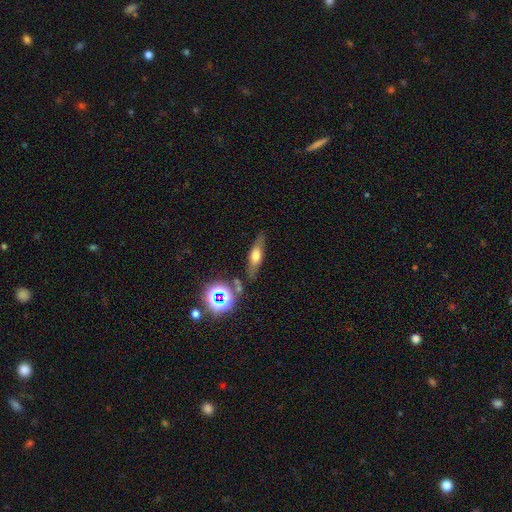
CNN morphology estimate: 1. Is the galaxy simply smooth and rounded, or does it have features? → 47% smooth, 39% featured or disk, 14% star or artifact.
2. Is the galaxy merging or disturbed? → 74% none, 15% minor disturbance, 7% merger, 5% major disturbance.